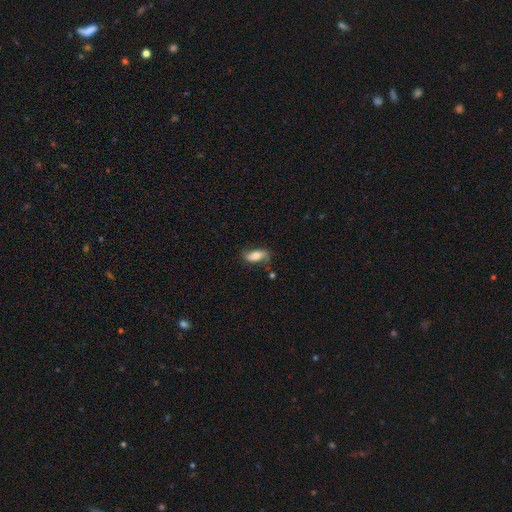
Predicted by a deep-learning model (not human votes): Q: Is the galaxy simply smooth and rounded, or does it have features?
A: smooth — 61%.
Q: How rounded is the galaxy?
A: in between — 79%.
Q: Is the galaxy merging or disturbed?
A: none — 66%.